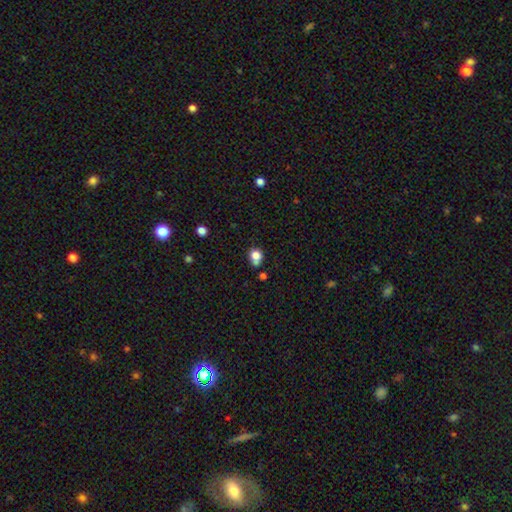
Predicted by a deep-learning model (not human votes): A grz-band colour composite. It shows a smooth galaxy with no disk features (80%) that is round (81%). Merging: none (55%).